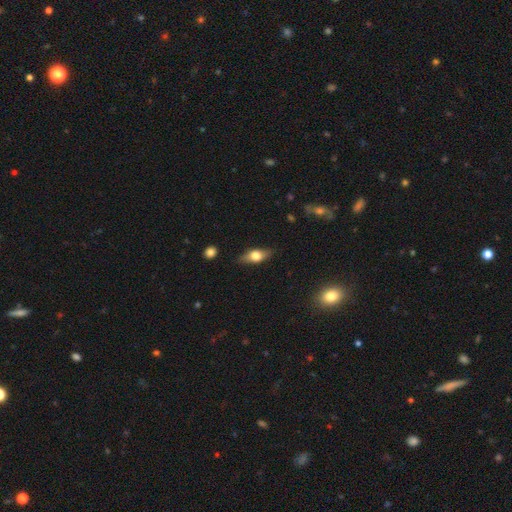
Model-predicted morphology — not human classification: A smooth galaxy with no disk features (58%) that is in between round and cigar-shaped (72%). Merging: none (82%).